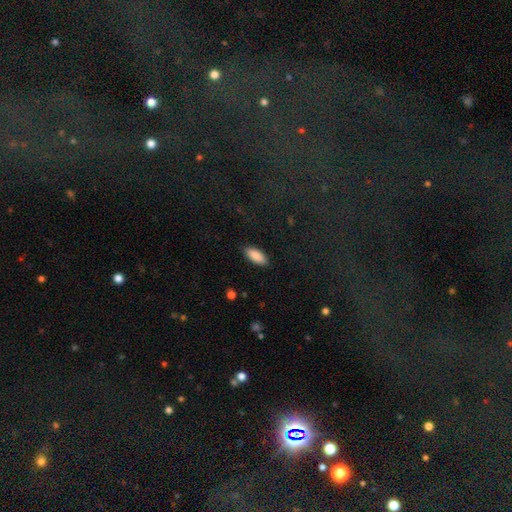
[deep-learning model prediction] Smooth or featured: smooth — 90% (star or artifact — 6%)
How rounded: in between — 86% (cigar-shaped — 12%)
Merging: none — 88% (minor disturbance — 9%)